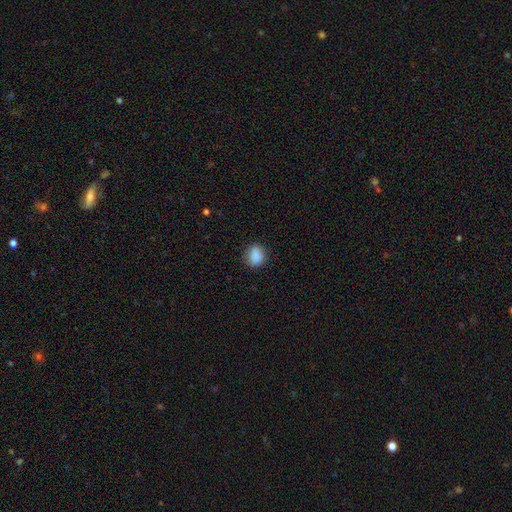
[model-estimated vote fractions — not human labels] A smooth galaxy with no disk features (88%) that is round (51%). Merging: none (81%).